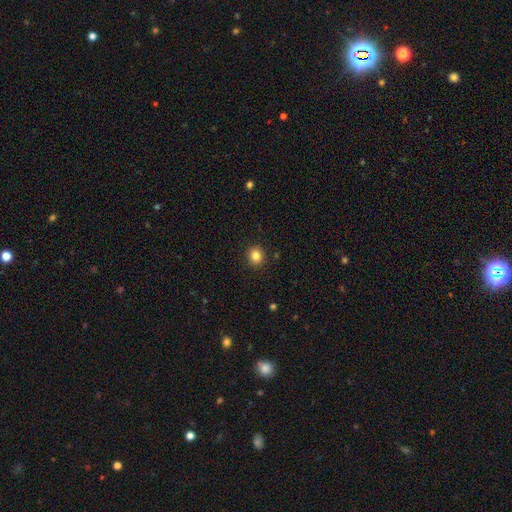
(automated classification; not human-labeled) A smooth galaxy with no disk features (84%) that is round (83%).

Vote fractions:
- Smooth or featured? smooth: 84% / star or artifact: 11% / featured or disk: 5%
- How rounded? round: 83% / in between: 16% / cigar-shaped: 1%
- Merging? none: 91% / minor disturbance: 6% / major disturbance: 2% / merger: 1%